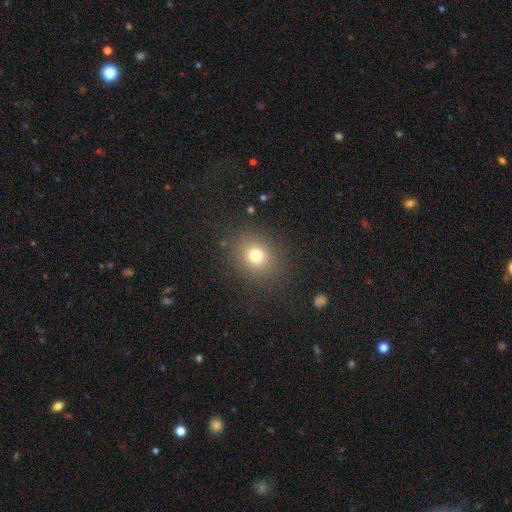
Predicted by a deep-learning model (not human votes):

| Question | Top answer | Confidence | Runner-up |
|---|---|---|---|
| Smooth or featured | smooth | 75% | star or artifact (15%) |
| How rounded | round | 69% | in between (30%) |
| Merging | none | 85% | minor disturbance (9%) |